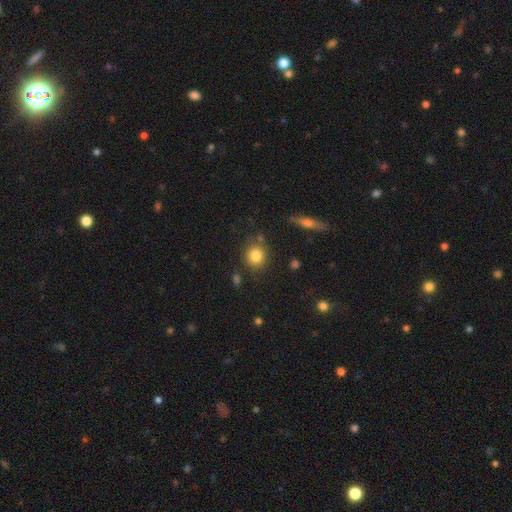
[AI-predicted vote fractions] Q: Smooth or featured?
A: smooth (82%); runner-up: star or artifact (10%)
Q: How rounded?
A: round (81%); runner-up: in between (17%)
Q: Merging?
A: none (78%); runner-up: minor disturbance (12%)